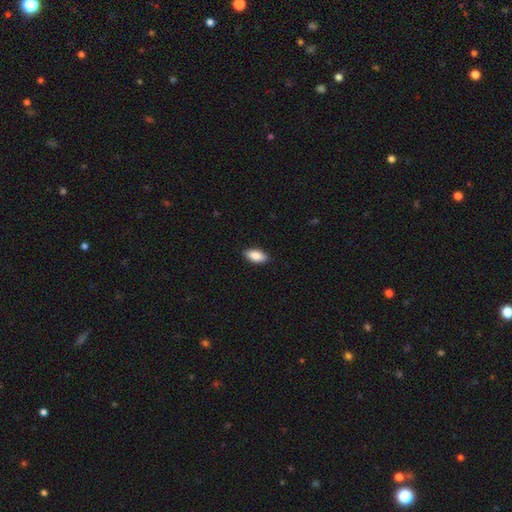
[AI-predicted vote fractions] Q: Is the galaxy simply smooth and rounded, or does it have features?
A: smooth — 88%.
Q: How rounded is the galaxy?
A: in between — 90%.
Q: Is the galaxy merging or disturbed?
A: none — 88%.